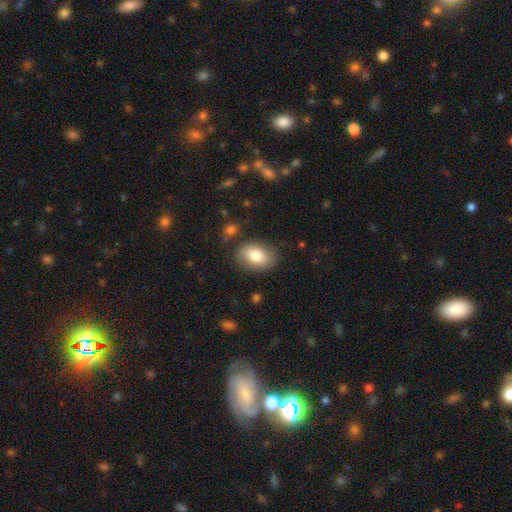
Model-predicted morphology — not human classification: The model was most divided on "merging": none: 79%, minor disturbance: 14%, major disturbance: 4%, merger: 3%. More confident: how rounded — in between (83%); smooth or featured — smooth (81%).